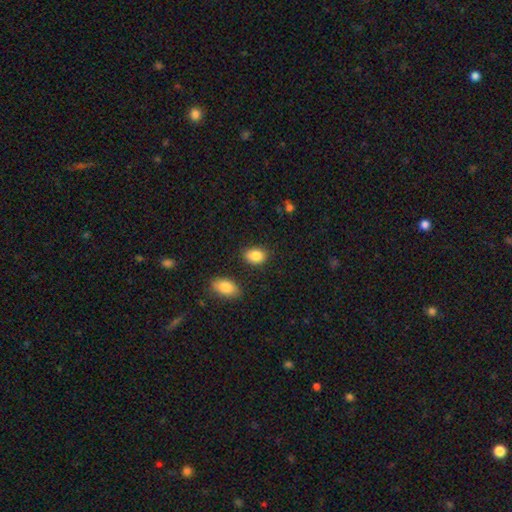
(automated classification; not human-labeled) This appears to be a smooth galaxy with no disk features (87%) that is in between round and cigar-shaped (77%). Merging: none (81%).